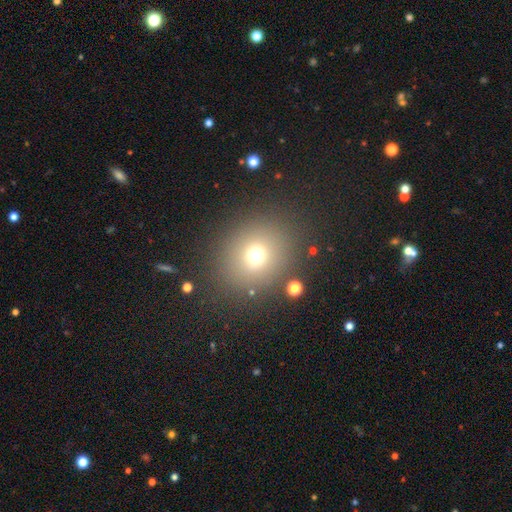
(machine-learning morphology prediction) smooth 69%, star or artifact 20%, featured or disk 11%. Down the decision tree: how rounded — round (80%); merging — none (84%).